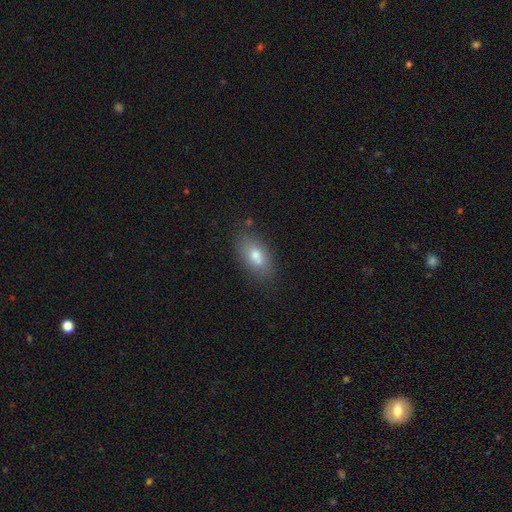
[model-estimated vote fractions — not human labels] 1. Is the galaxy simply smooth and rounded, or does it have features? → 75% smooth, 16% featured or disk, 9% star or artifact.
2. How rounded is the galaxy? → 89% in between, 6% round, 5% cigar-shaped.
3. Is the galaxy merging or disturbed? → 75% none, 16% minor disturbance, 5% merger, 4% major disturbance.